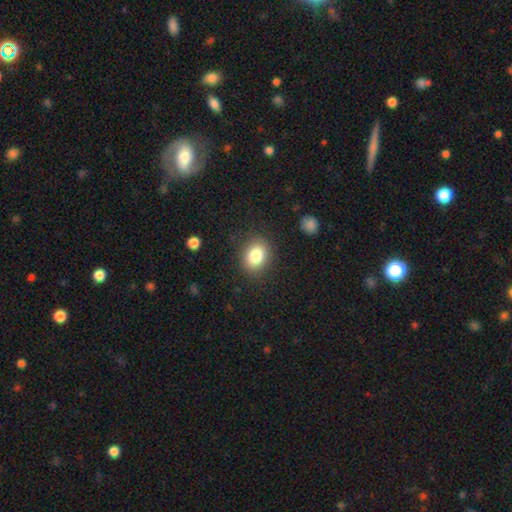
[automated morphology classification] This is clearly a smooth galaxy (82%). How rounded: likely in between (61%). Merging: clearly none (85%).